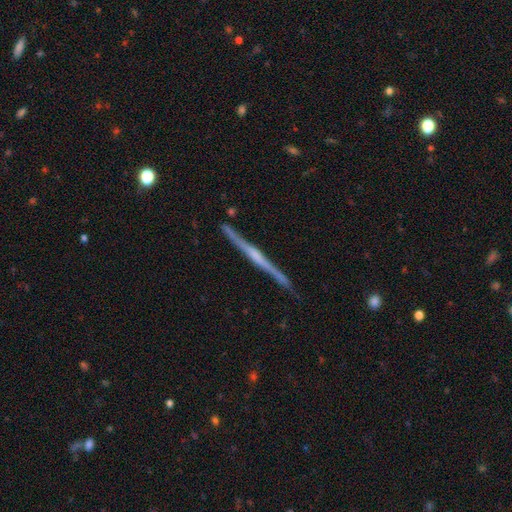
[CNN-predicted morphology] Overall: featured or disk (77%). Edge-on disk: yes (97%). Edge-on bulge: rounded (61%; none 29%). Merging: none (87%).